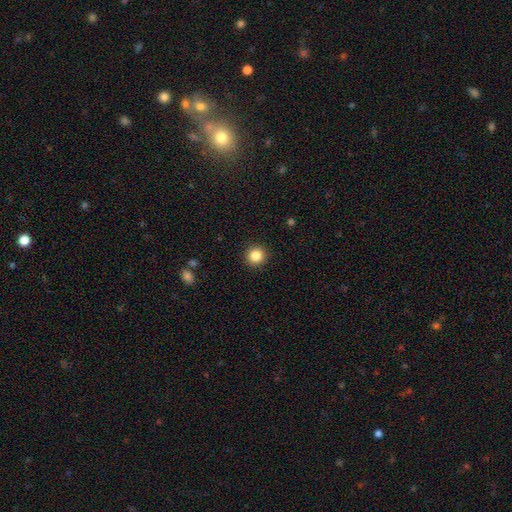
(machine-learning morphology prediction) smooth_or_featured: smooth (p=0.85) [alt: star or artifact p=0.10]
how_rounded: round (p=0.93) [alt: in between p=0.06]
merging: none (p=0.92) [alt: minor disturbance p=0.05]